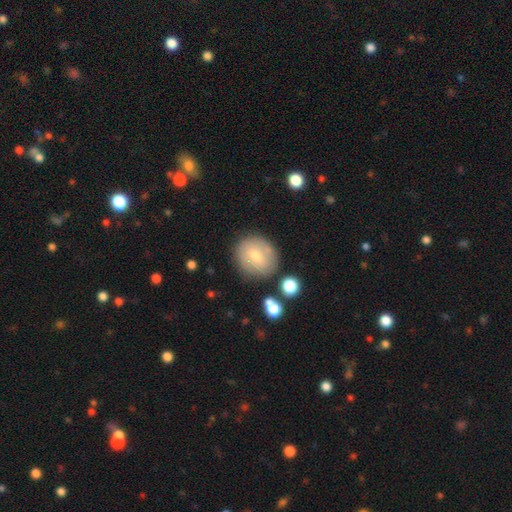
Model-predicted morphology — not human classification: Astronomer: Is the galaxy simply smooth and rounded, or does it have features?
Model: smooth — 67%.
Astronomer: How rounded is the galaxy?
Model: round — 82%.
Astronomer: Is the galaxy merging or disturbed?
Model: none — 78%.